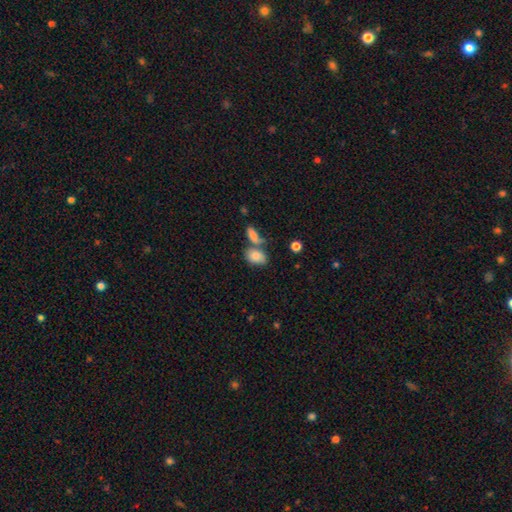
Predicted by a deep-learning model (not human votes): Smooth or featured? Predicted: smooth (p=0.82). How rounded? Predicted: in between (p=0.84). Merging? Predicted: none (p=0.44).